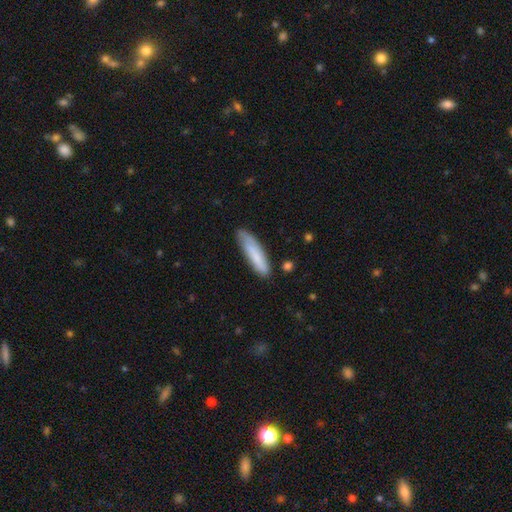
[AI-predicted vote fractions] Smooth or featured: smooth — 78% (featured or disk — 16%)
How rounded: cigar-shaped — 77% (in between — 22%)
Merging: none — 73% (minor disturbance — 21%)